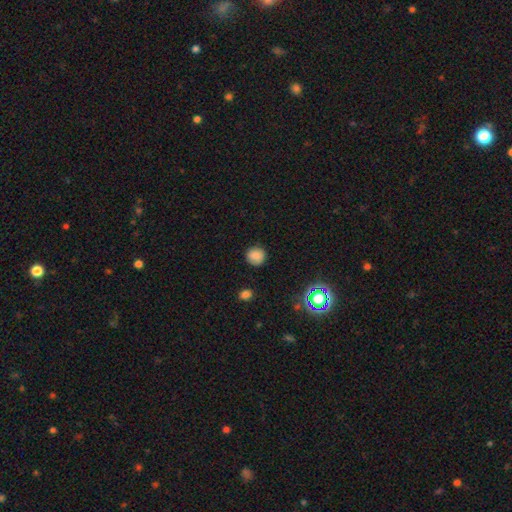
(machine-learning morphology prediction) Q: Smooth or featured?
A: smooth (82%); runner-up: star or artifact (13%)
Q: How rounded?
A: round (89%); runner-up: in between (10%)
Q: Merging?
A: none (86%); runner-up: minor disturbance (10%)